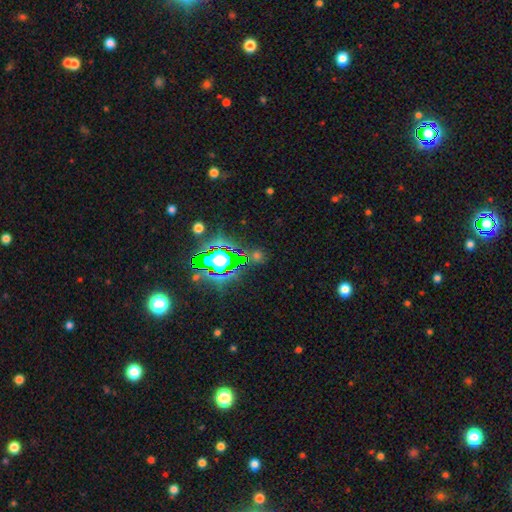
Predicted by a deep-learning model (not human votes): This is likely a star or artifact rather than a galaxy (68%).